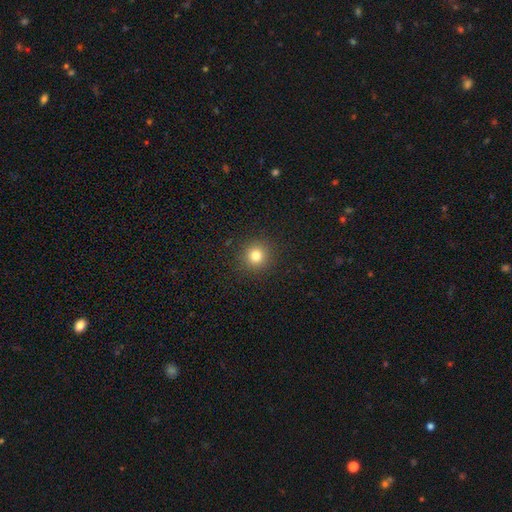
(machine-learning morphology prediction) Overall: smooth (79%). How rounded: round (94%). Merging: none (91%).